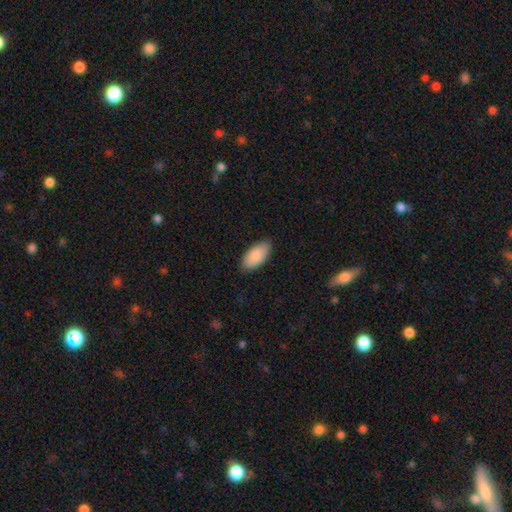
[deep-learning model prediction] This appears to be a smooth galaxy with no disk features (88%) that is in between round and cigar-shaped (93%). Merging: none (86%).